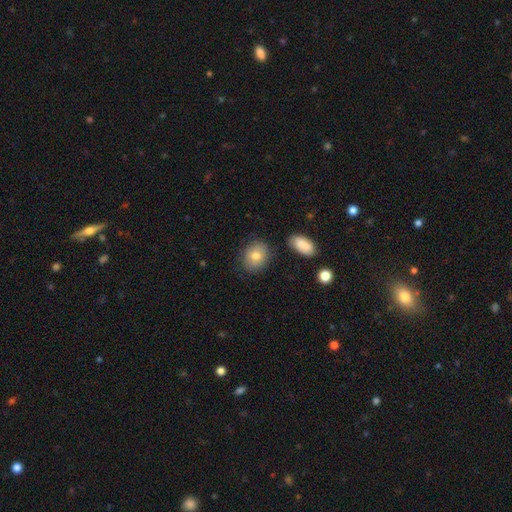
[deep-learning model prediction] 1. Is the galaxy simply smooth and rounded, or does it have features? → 80% smooth, 12% featured or disk, 8% star or artifact.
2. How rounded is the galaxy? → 54% round, 45% in between, 1% cigar-shaped.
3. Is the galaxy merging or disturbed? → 81% none, 13% minor disturbance, 4% merger, 3% major disturbance.